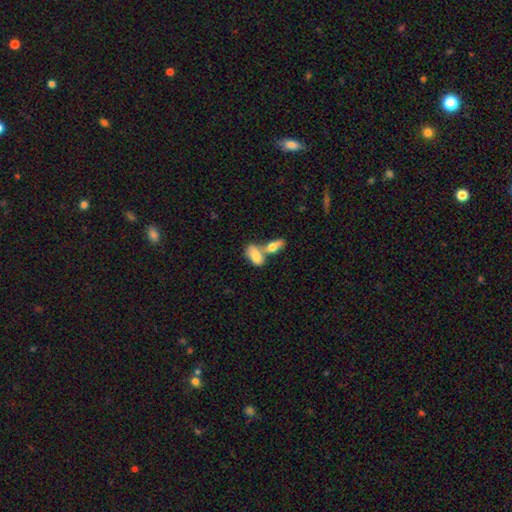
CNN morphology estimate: smooth-or-featured: smooth: 77% | featured or disk: 16% | star or artifact: 6%
  how-rounded: in between: 90% | round: 5% | cigar-shaped: 5%
  merging: merger: 62% | none: 26% | minor disturbance: 8% | major disturbance: 4%